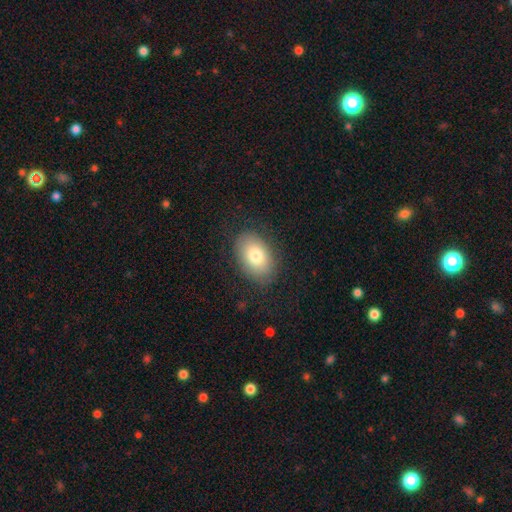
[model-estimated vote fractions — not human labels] Overall: smooth (78%). How rounded: in between (84%). Merging: none (83%).